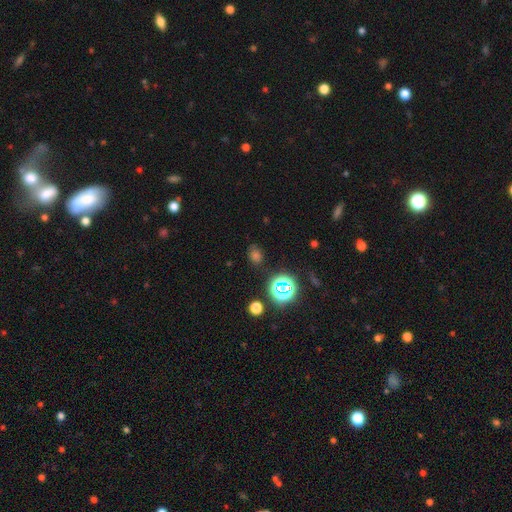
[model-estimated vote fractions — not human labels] This is possibly a smooth galaxy (48%). Merging: clearly none (81%).